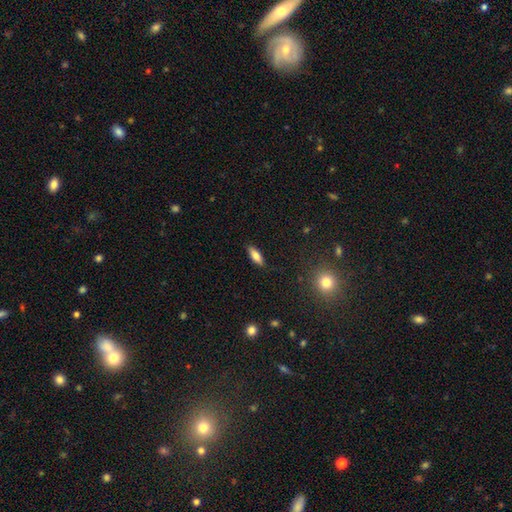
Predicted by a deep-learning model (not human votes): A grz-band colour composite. It shows a smooth galaxy with no disk features (76%) that is in between round and cigar-shaped (62%). Merging: none (87%).